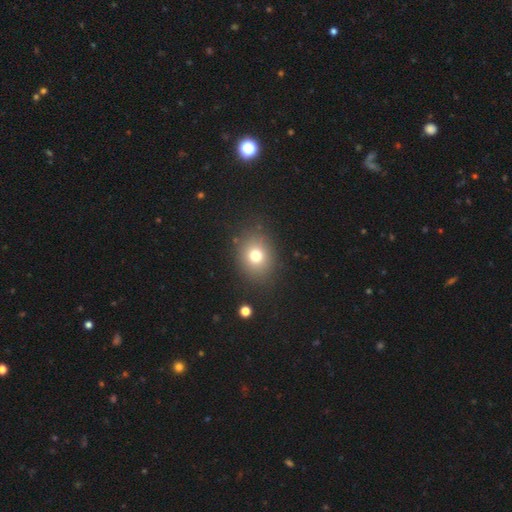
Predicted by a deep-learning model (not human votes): Q: Smooth or featured?
A: smooth (74%); runner-up: star or artifact (15%)
Q: How rounded?
A: round (59%); runner-up: in between (40%)
Q: Merging?
A: none (85%); runner-up: minor disturbance (9%)